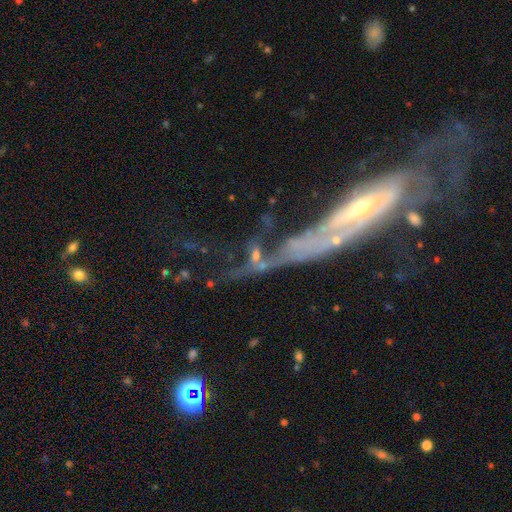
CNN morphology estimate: Smooth or featured? featured or disk (40%)
Merging? merger (37%)